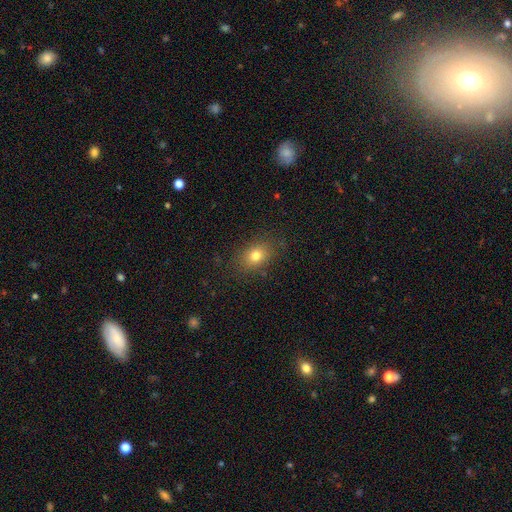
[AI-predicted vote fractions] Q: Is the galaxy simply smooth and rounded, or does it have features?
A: smooth — 78%.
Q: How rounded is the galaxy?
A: in between — 65%.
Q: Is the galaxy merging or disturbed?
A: none — 84%.